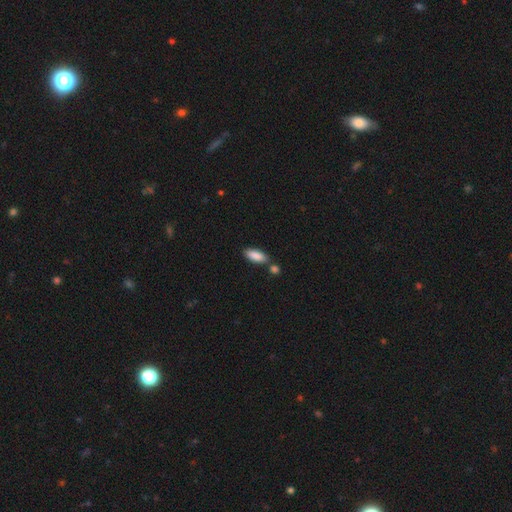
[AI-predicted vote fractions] A smooth galaxy with no disk features (88%) that is in between round and cigar-shaped (78%). Merging: none (65%).